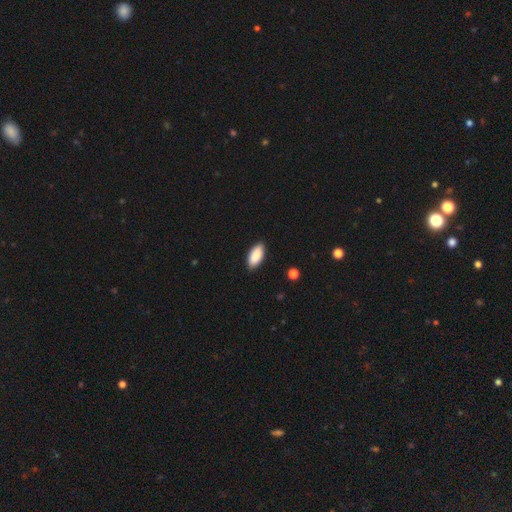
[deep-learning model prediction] Smooth or featured? smooth (89%)
How rounded? in between (92%)
Merging? none (88%)